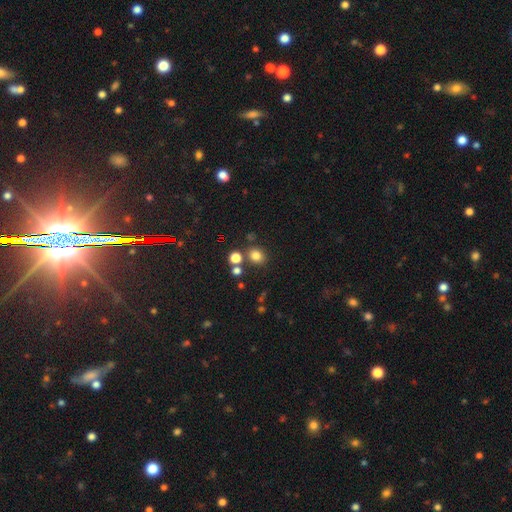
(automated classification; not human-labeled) smooth-or-featured: smooth: 78% | star or artifact: 16% | featured or disk: 6%
  how-rounded: round: 68% | in between: 31% | cigar-shaped: 1%
  merging: none: 75% | merger: 12% | minor disturbance: 10% | major disturbance: 4%